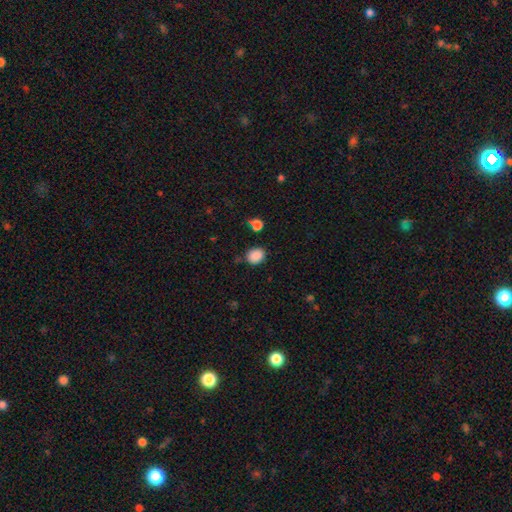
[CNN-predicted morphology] Q: Smooth or featured?
A: smooth (87%); runner-up: star or artifact (10%)
Q: How rounded?
A: round (52%); runner-up: in between (47%)
Q: Merging?
A: none (80%); runner-up: minor disturbance (13%)